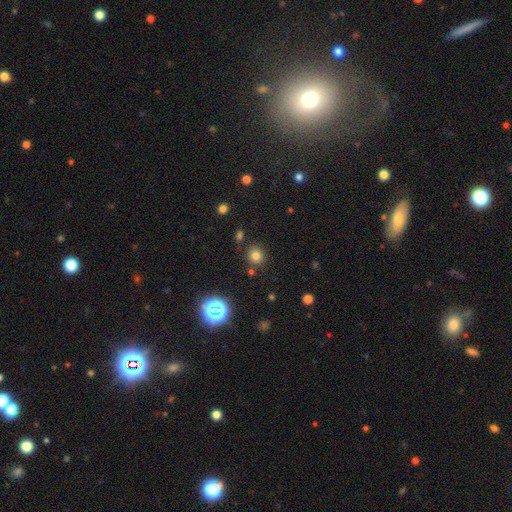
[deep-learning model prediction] Morphology: type=smooth (75%); roundness=round (83%); merging=none (82%).